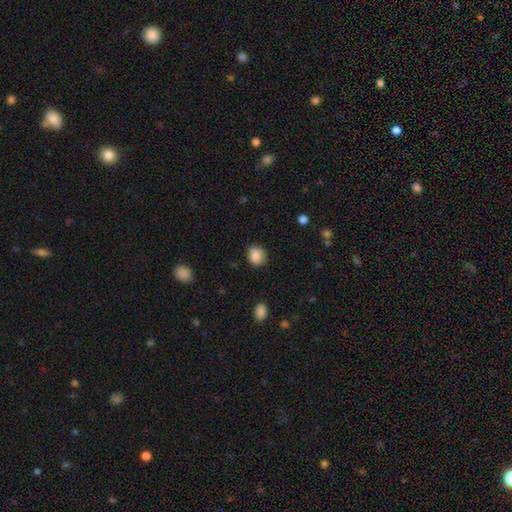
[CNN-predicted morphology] This appears to be a smooth galaxy with no disk features (87%) that is round (72%). Merging: none (82%).